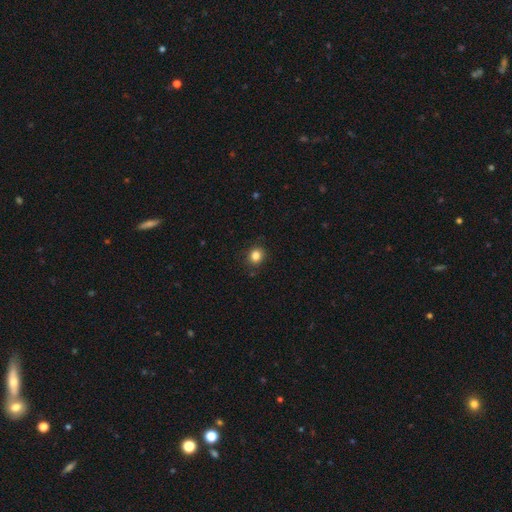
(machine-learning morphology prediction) A smooth galaxy with no disk features (84%) that is round (80%).

Vote fractions:
- Smooth or featured? smooth: 84% / star or artifact: 12% / featured or disk: 4%
- How rounded? round: 80% / in between: 20% / cigar-shaped: 1%
- Merging? none: 88% / minor disturbance: 8% / major disturbance: 2% / merger: 1%